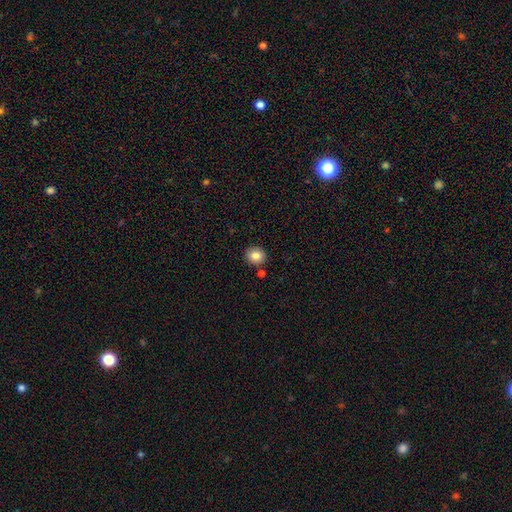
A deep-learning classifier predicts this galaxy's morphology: This appears to be a smooth galaxy with no disk features (84%) that is round (75%). Merging: none (86%).